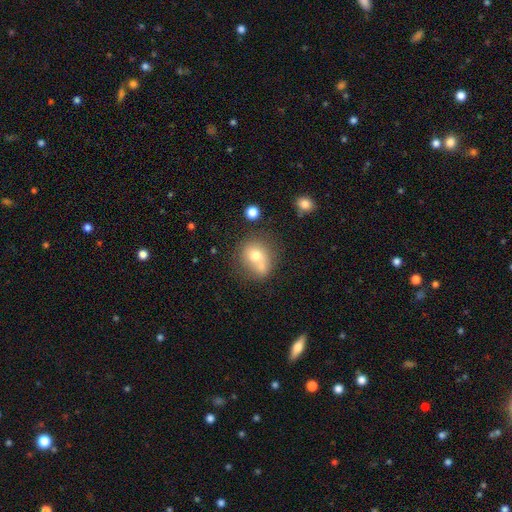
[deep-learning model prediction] Smooth or featured?
  - smooth: 69% *
  - featured or disk: 20%
  - star or artifact: 11%
How rounded?
  - round: 75% *
  - in between: 24%
  - cigar-shaped: 1%
Merging?
  - merger: 42% *
  - none: 41%
  - minor disturbance: 12%
  - major disturbance: 5%